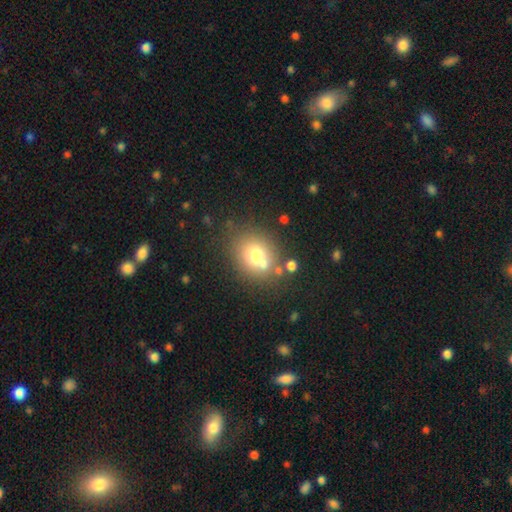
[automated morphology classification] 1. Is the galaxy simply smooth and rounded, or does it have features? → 68% smooth, 18% featured or disk, 15% star or artifact.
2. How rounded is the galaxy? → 74% round, 25% in between, 1% cigar-shaped.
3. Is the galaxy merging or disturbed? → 63% none, 20% merger, 12% minor disturbance, 5% major disturbance.